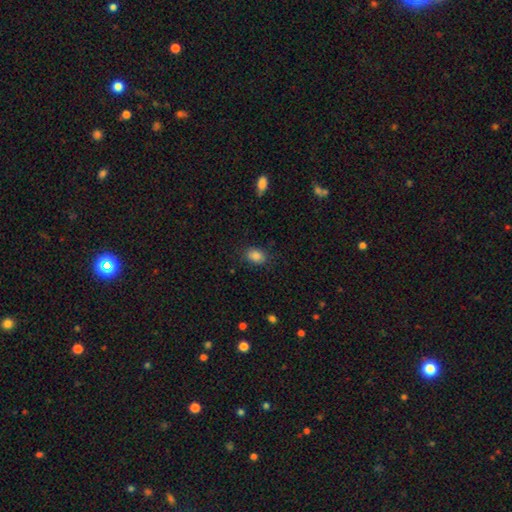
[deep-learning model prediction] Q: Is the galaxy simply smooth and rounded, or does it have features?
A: smooth — 87%.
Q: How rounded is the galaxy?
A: in between — 77%.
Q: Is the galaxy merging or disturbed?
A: none — 83%.